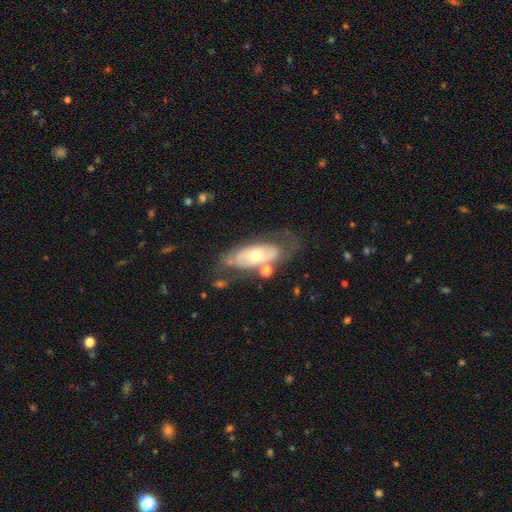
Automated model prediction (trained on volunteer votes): This appears to be a featured or disk galaxy (64%) with no bar (82%), no spiral arms (60%) and a moderate central bulge (61%). Merging: none (58%).